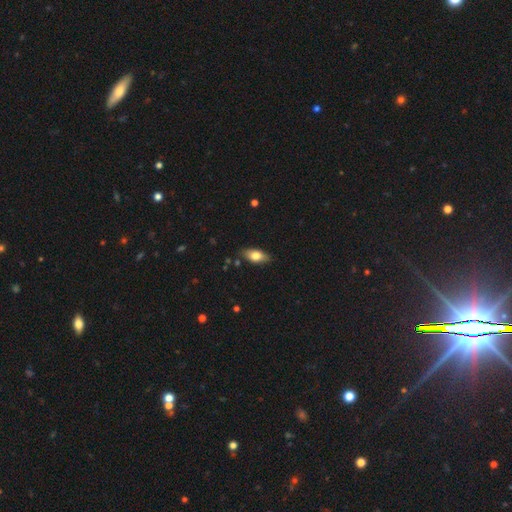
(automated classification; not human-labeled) A smooth galaxy with no disk features (71%) that is in between round and cigar-shaped (84%).

Vote fractions:
- Smooth or featured? smooth: 71% / featured or disk: 22% / star or artifact: 7%
- How rounded? in between: 84% / cigar-shaped: 12% / round: 4%
- Merging? none: 83% / minor disturbance: 13% / major disturbance: 2% / merger: 1%